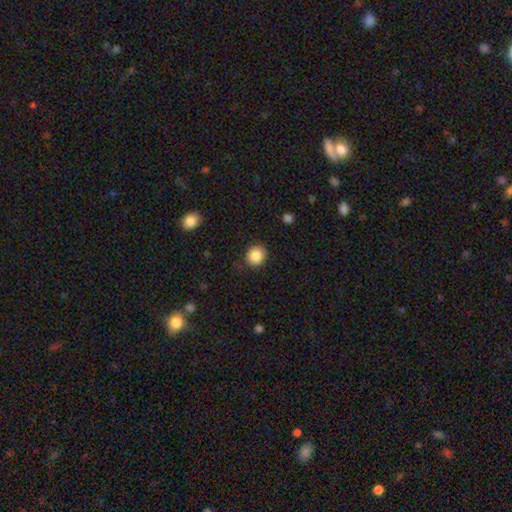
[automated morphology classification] Overall: smooth (87%). How rounded: round (78%). Merging: none (86%).